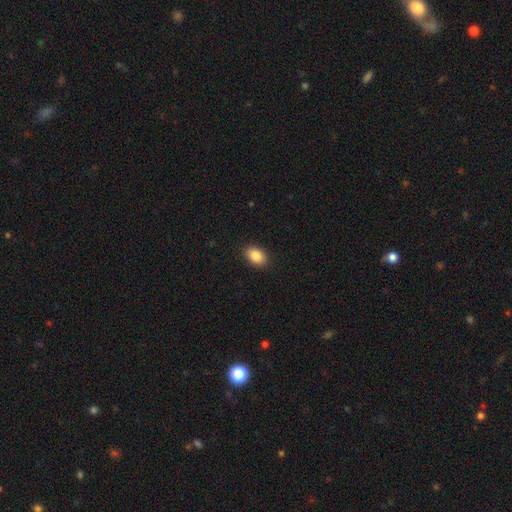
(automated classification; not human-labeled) Smooth or featured? Predicted: smooth (p=0.86). How rounded? Predicted: in between (p=0.85). Merging? Predicted: none (p=0.90).